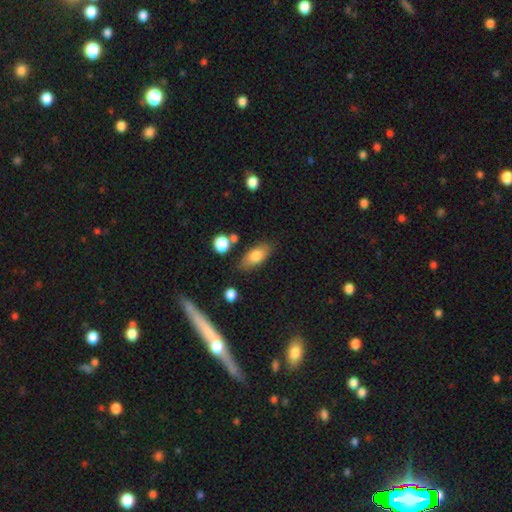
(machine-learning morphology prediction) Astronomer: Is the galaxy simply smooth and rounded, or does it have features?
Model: smooth — 76%.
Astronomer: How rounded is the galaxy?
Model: in between — 84%.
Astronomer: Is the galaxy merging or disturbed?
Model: none — 76%.